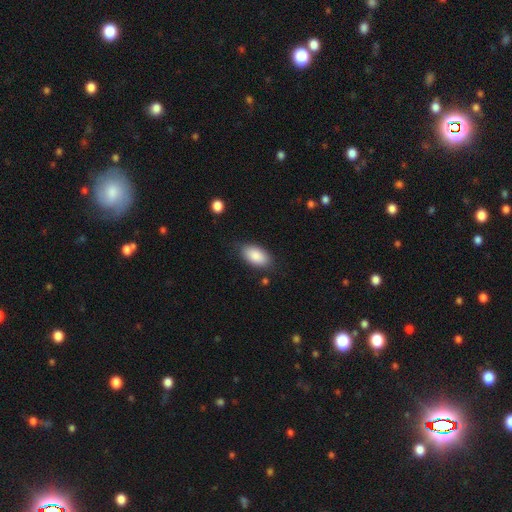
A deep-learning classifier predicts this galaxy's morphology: type=smooth (88%); roundness=in between (94%); merging=none (80%).